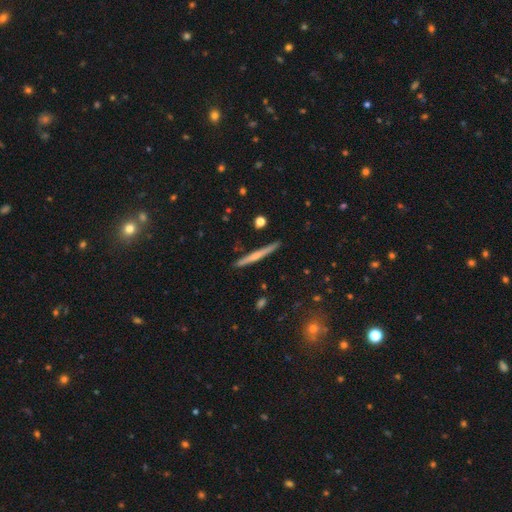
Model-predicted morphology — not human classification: The model was most divided on "edge-on bulge": rounded: 52%, none: 41%, boxy: 6%. More confident: edge-on disk — yes (98%); merging — none (90%); smooth or featured — featured or disk (57%).